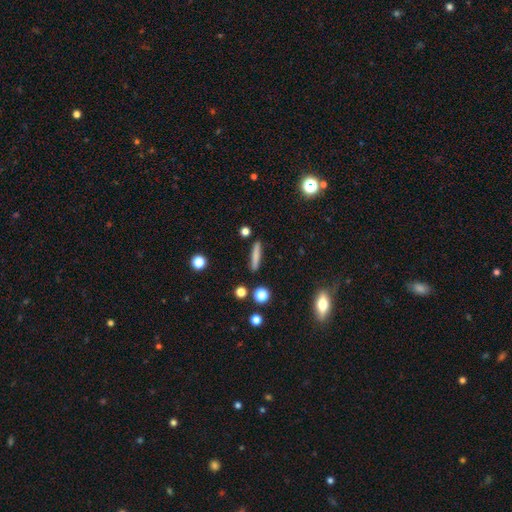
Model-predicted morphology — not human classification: This is likely a smooth galaxy (78%). How rounded: clearly cigar-shaped (90%). Merging: clearly none (89%).